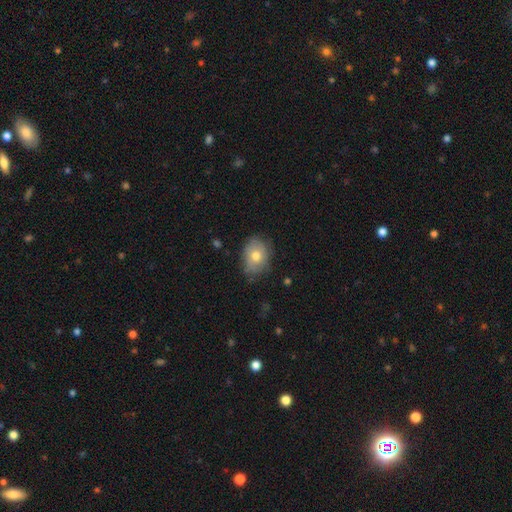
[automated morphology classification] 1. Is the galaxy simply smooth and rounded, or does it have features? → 69% smooth, 23% featured or disk, 8% star or artifact.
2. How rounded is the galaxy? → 59% in between, 40% round, 1% cigar-shaped.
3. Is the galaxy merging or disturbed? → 71% none, 23% minor disturbance, 5% major disturbance, 1% merger.